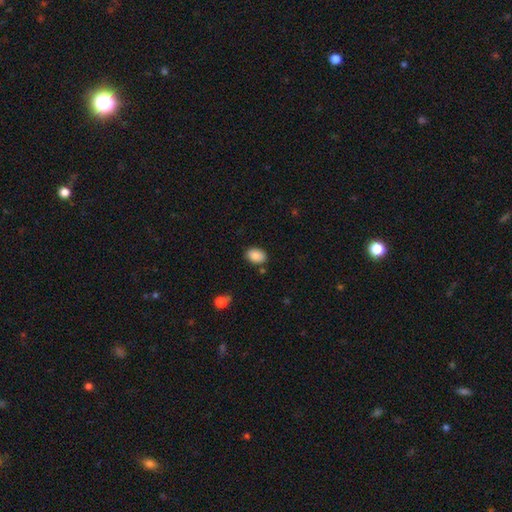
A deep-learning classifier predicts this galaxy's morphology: A smooth galaxy with no disk features (86%) that is in between round and cigar-shaped (80%). Merging: none (83%).